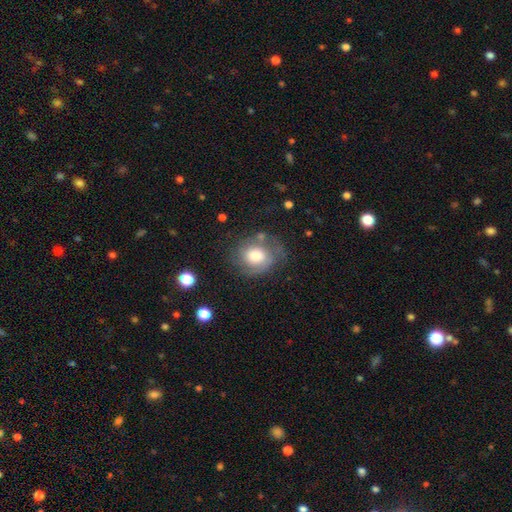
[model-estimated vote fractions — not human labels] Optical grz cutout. It shows a featured or disk galaxy (49%). Merging: none (59%).